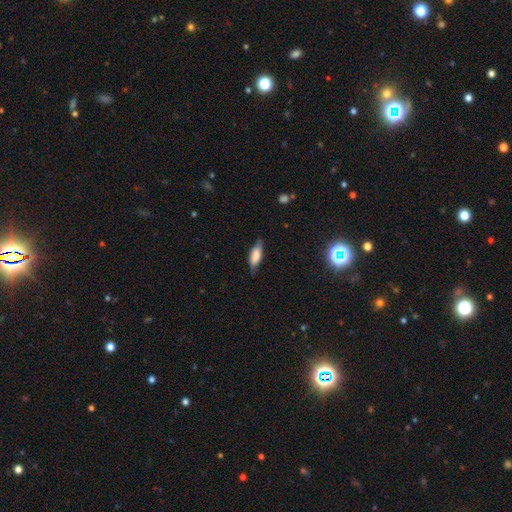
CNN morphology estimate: Smooth or featured: smooth — 71% (featured or disk — 21%)
How rounded: in between — 59% (cigar-shaped — 38%)
Merging: none — 75% (minor disturbance — 20%)